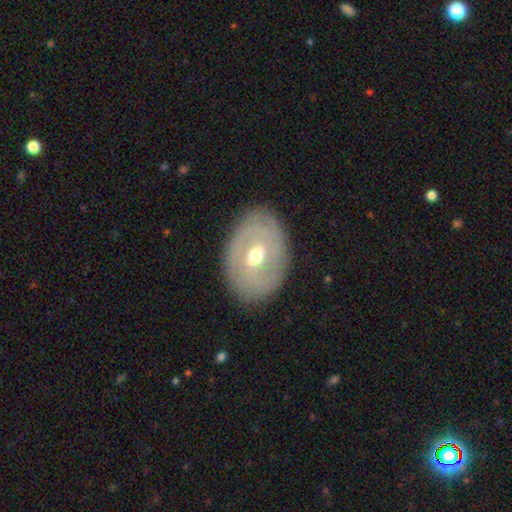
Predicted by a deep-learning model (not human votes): Q: Smooth or featured?
A: featured or disk (61%); runner-up: smooth (32%)
Q: Edge-on disk?
A: no (92%); runner-up: yes (8%)
Q: Bar?
A: weak (45%); runner-up: no (40%)
Q: Spiral arms?
A: no (57%); runner-up: yes (43%)
Q: Bulge size?
A: moderate (68%); runner-up: small (26%)
Q: Merging?
A: none (84%); runner-up: minor disturbance (11%)